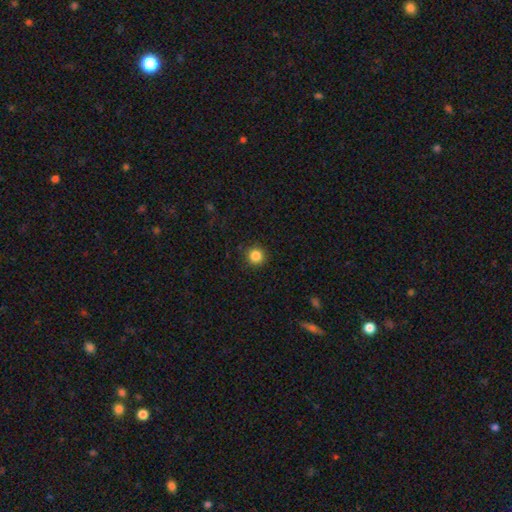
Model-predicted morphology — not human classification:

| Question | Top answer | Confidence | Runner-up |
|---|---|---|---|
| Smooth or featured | smooth | 85% | star or artifact (11%) |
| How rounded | round | 95% | in between (4%) |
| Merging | none | 92% | minor disturbance (5%) |